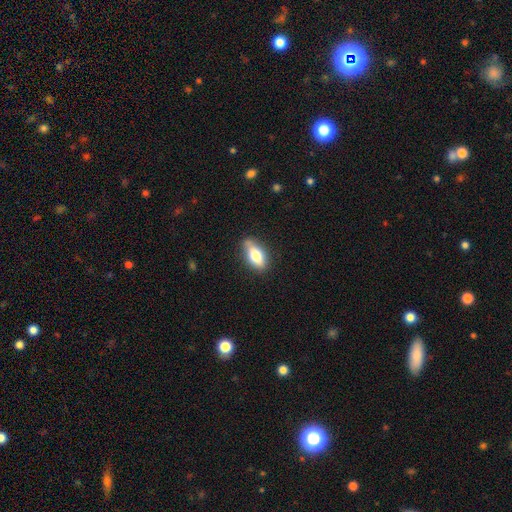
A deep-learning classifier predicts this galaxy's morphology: Smooth or featured? smooth (69%)
How rounded? in between (82%)
Merging? none (74%)